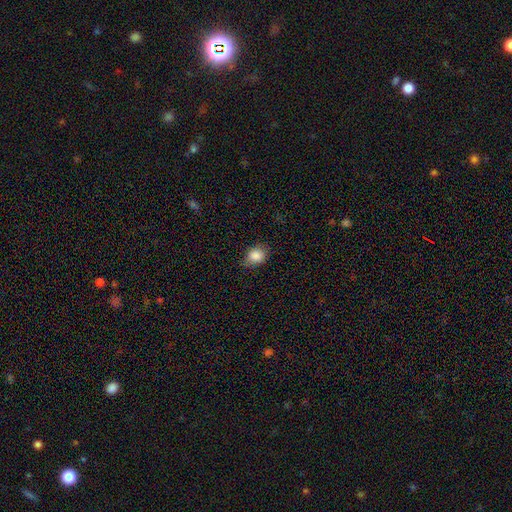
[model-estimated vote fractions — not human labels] A smooth galaxy with no disk features (86%) that is in between round and cigar-shaped (57%). Merging: none (78%).